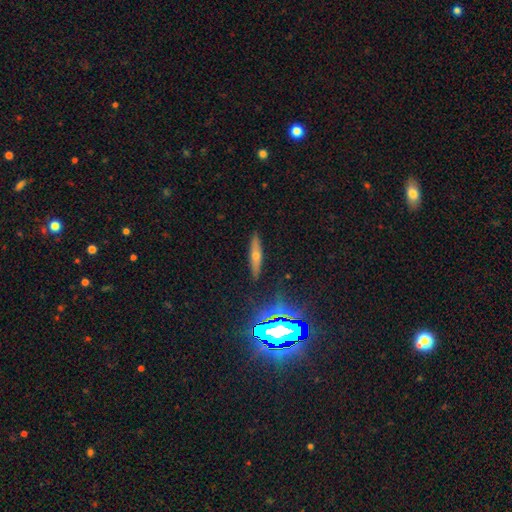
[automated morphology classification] The model was most divided on "smooth or featured": featured or disk: 46%, smooth: 30%, star or artifact: 25%. More confident: merging — none (87%).